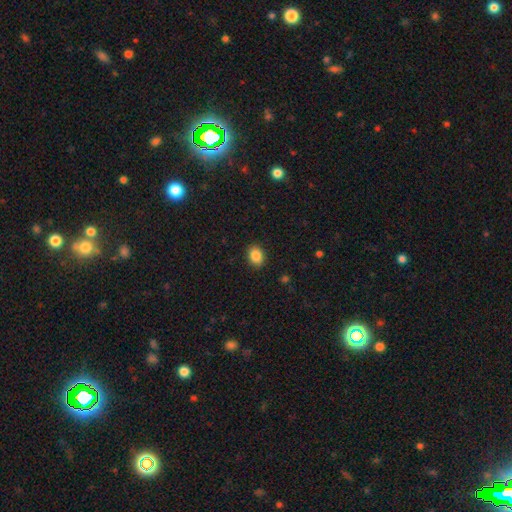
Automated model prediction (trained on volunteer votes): smooth-or-featured: smooth: 87% | star or artifact: 9% | featured or disk: 4%
  how-rounded: in between: 66% | round: 33% | cigar-shaped: 1%
  merging: none: 88% | minor disturbance: 8% | major disturbance: 2% | merger: 1%